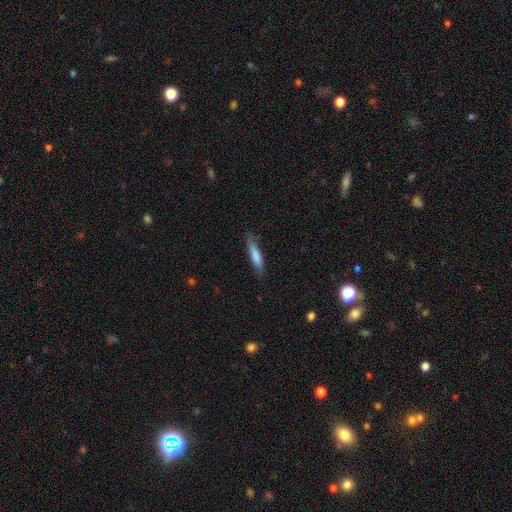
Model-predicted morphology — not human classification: smooth-or-featured: smooth: 77% | featured or disk: 18% | star or artifact: 6%
  how-rounded: cigar-shaped: 81% | in between: 18% | round: 1%
  merging: none: 79% | minor disturbance: 16% | major disturbance: 3% | merger: 1%